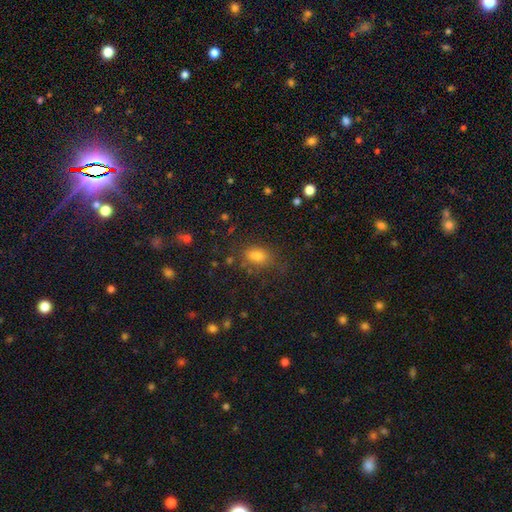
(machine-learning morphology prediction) A smooth galaxy with no disk features (78%) that is in between round and cigar-shaped (81%). Merging: none (71%).